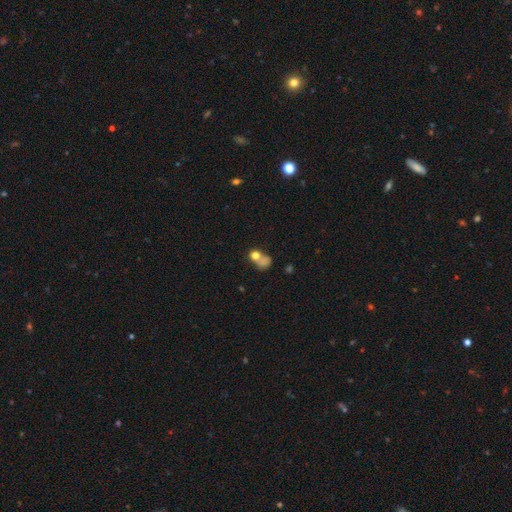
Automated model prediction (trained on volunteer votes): Smooth or featured? smooth (71%)
How rounded? round (59%)
Merging? merger (49%)